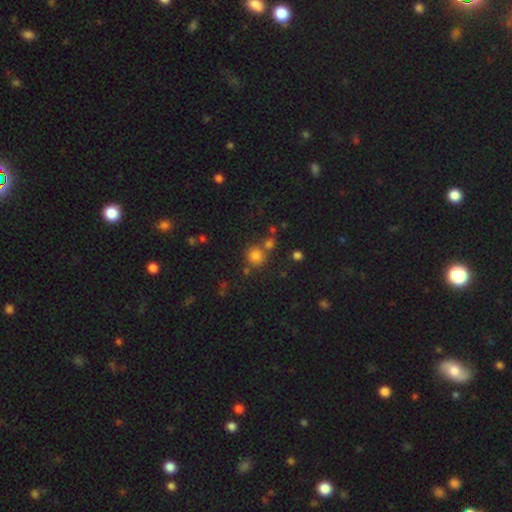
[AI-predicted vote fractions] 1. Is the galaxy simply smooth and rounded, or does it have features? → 78% smooth, 16% star or artifact, 6% featured or disk.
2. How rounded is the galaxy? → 90% round, 9% in between, 1% cigar-shaped.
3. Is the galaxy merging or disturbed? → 69% none, 18% merger, 9% minor disturbance, 4% major disturbance.